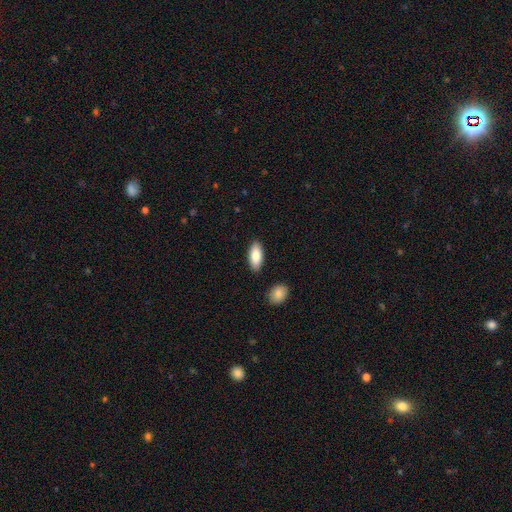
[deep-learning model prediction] This appears to be a smooth galaxy with no disk features (84%) that is in between round and cigar-shaped (86%). Merging: none (87%).